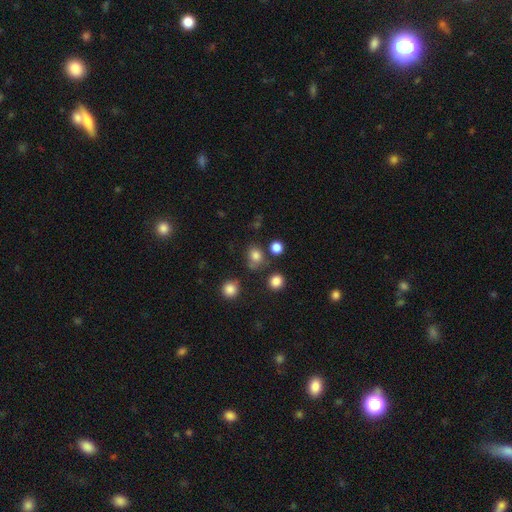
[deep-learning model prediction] Morphology: type=smooth (80%); roundness=round (68%); merging=none (67%).